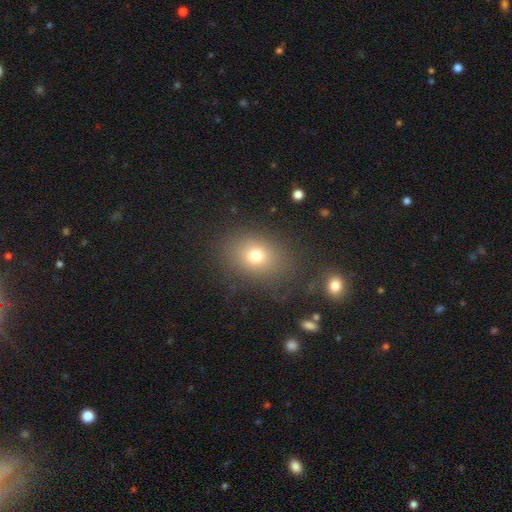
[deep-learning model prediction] This appears to be a smooth galaxy with no disk features (72%) that is in between round and cigar-shaped (51%). Merging: none (78%).